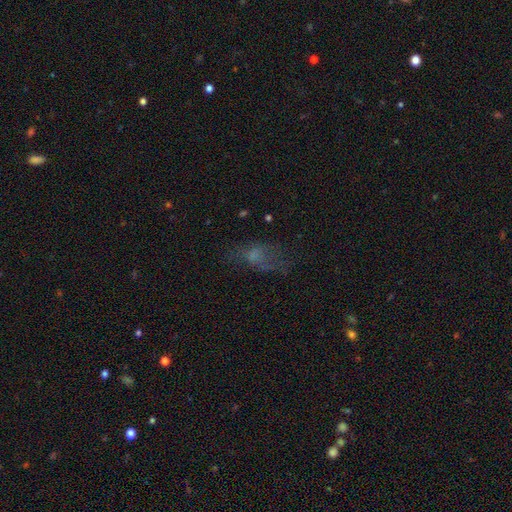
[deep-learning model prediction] This is possibly a smooth galaxy (48%). Merging: possibly none (45%).